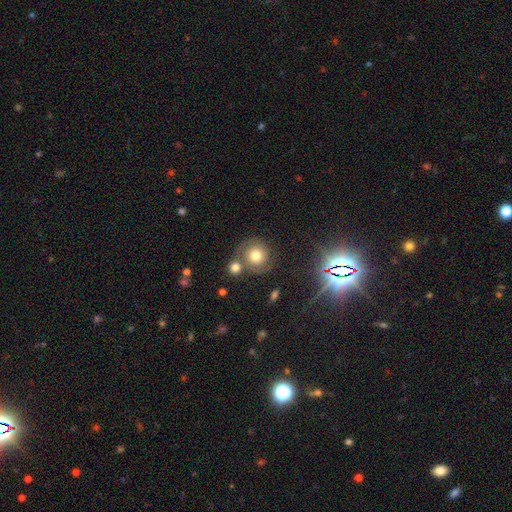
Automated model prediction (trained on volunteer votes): Smooth or featured? smooth (47%)
Merging? none (59%)